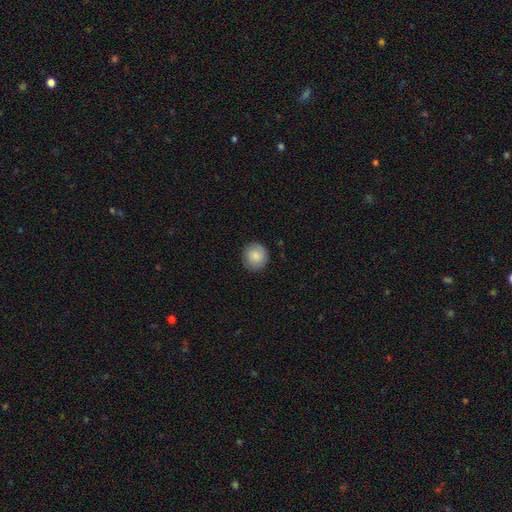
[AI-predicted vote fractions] Smooth or featured: smooth — 86% (star or artifact — 7%)
How rounded: round — 91% (in between — 8%)
Merging: none — 88% (minor disturbance — 9%)